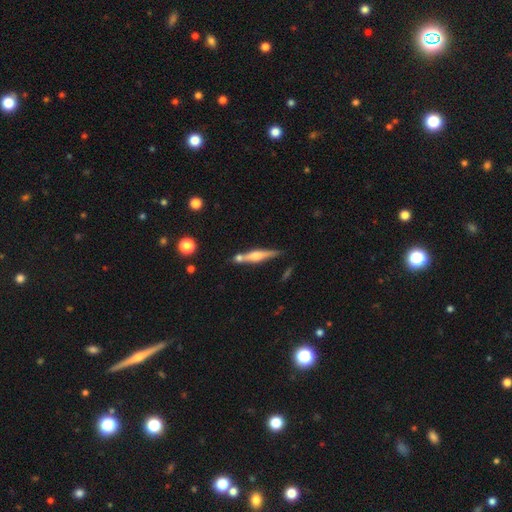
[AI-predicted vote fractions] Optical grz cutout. It shows a featured or disk galaxy (62%) viewed edge-on (96%) with a rounded central bulge (81%). Merging: none (70%).